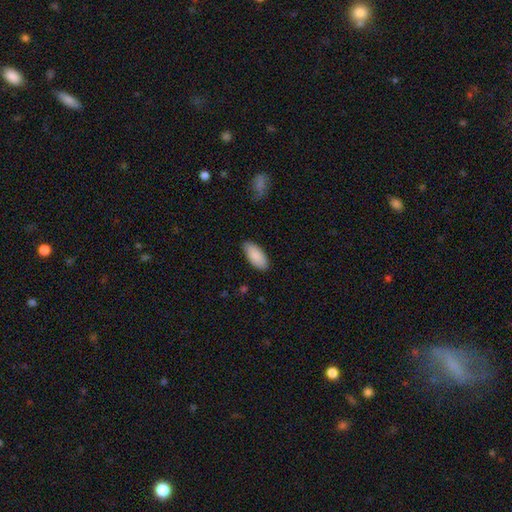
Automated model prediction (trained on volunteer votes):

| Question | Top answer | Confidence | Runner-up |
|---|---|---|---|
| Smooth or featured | smooth | 89% | star or artifact (6%) |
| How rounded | in between | 89% | cigar-shaped (9%) |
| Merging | none | 84% | minor disturbance (13%) |